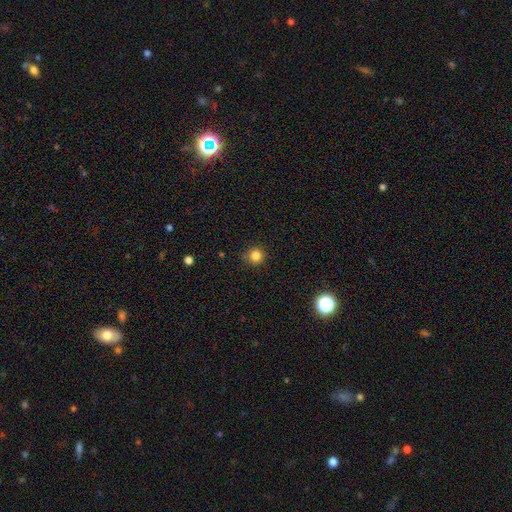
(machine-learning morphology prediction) A smooth galaxy with no disk features (83%) that is round (92%). Merging: none (82%).